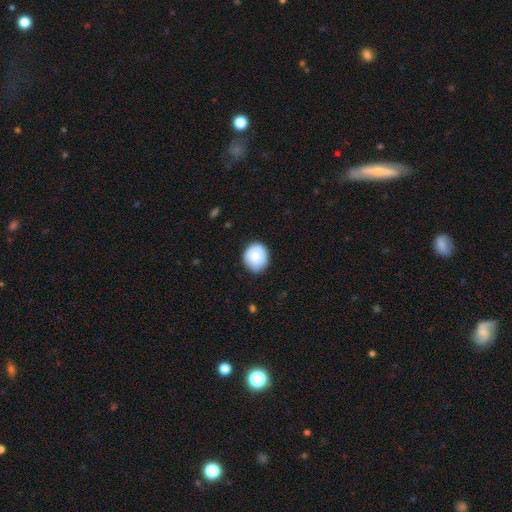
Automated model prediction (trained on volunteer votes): smooth_or_featured: smooth (p=0.83) [alt: featured or disk p=0.10]
how_rounded: round (p=0.75) [alt: in between p=0.24]
merging: none (p=0.81) [alt: minor disturbance p=0.16]